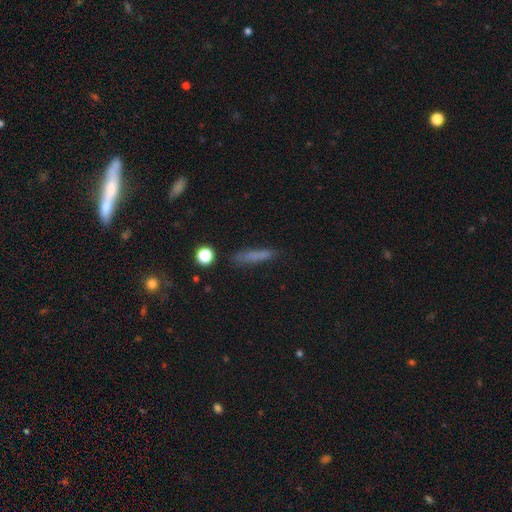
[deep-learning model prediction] This appears to be a smooth galaxy with no disk features (69%) that is cigar-shaped (83%). Merging: none (74%).